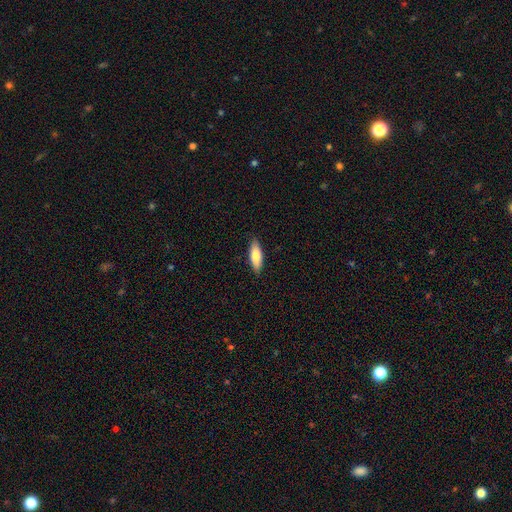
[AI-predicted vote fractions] smooth 81%, featured or disk 14%, star or artifact 5%. Down the decision tree: how rounded — in between (62%); merging — none (88%).